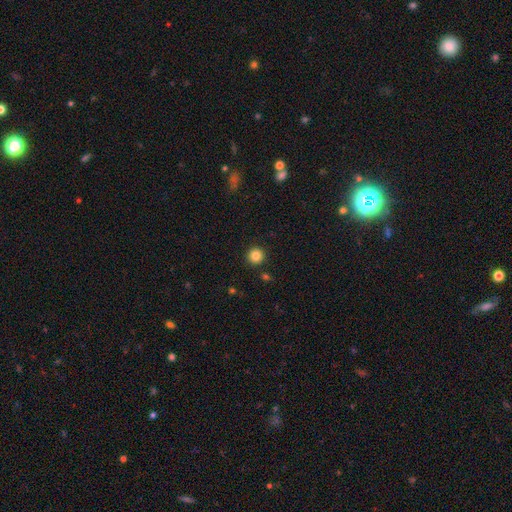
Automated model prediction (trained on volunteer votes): Smooth or featured? Predicted: smooth (p=0.84). How rounded? Predicted: round (p=0.95). Merging? Predicted: none (p=0.91).